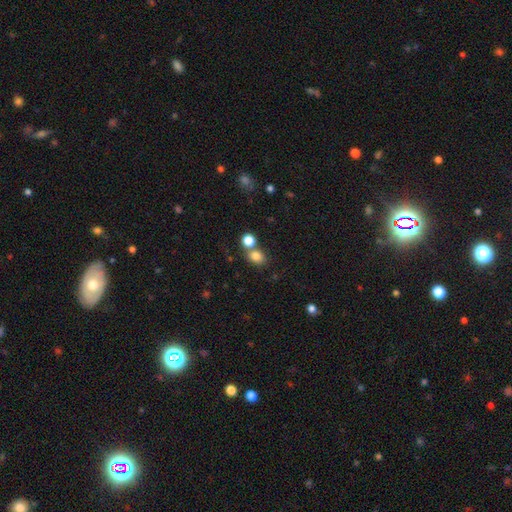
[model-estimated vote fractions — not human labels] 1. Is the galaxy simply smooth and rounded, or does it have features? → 81% smooth, 12% star or artifact, 6% featured or disk.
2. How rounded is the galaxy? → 52% round, 47% in between, 1% cigar-shaped.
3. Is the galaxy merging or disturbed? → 59% none, 28% merger, 9% minor disturbance, 3% major disturbance.